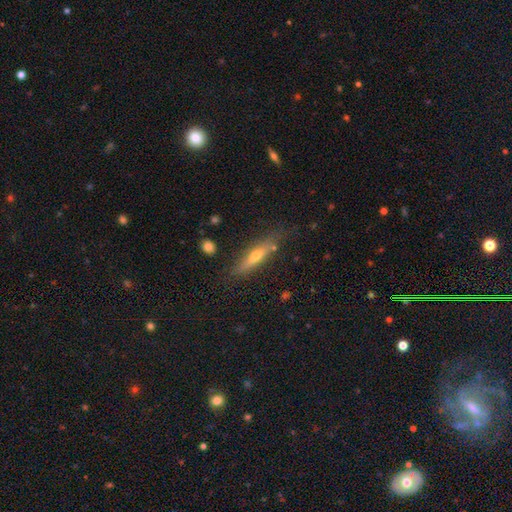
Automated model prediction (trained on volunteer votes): A featured or disk galaxy (50%) viewed edge-on (88%).

Vote fractions:
- Smooth or featured? featured or disk: 50% / smooth: 43% / star or artifact: 7%
- Edge-on disk? yes: 88% / no: 12%
- Merging? none: 77% / minor disturbance: 16% / major disturbance: 4% / merger: 3%